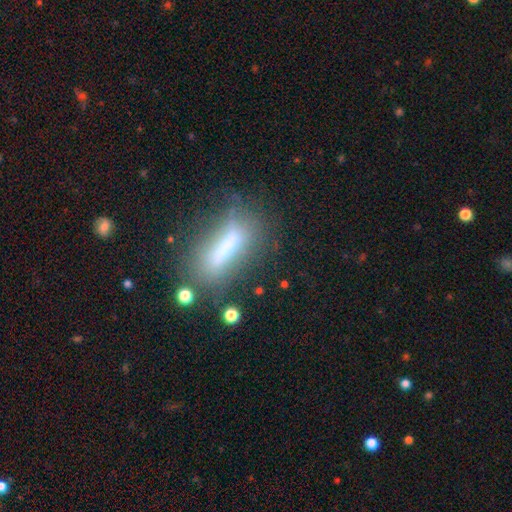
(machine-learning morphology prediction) smooth-or-featured: smooth: 50% | featured or disk: 33% | star or artifact: 17%
  merging: none: 67% | minor disturbance: 18% | major disturbance: 9% | merger: 5%